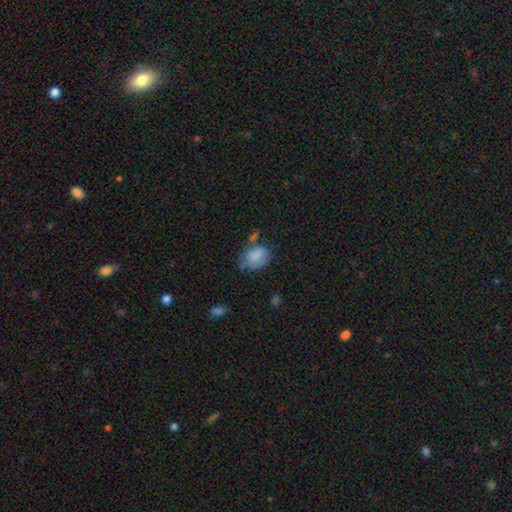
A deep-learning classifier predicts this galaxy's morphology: This appears to be a smooth galaxy with no disk features (78%) that is in between round and cigar-shaped (71%). Merging: none (40%).